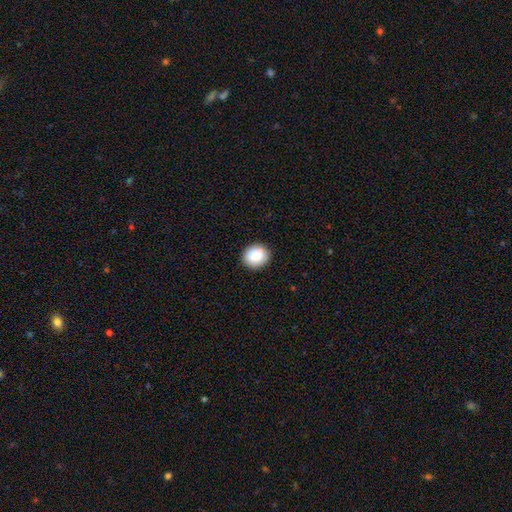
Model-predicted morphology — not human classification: Smooth or featured? Predicted: smooth (p=0.88). How rounded? Predicted: round (p=0.78). Merging? Predicted: none (p=0.90).